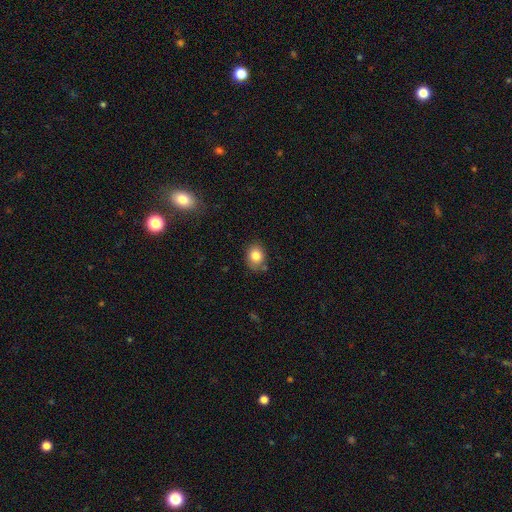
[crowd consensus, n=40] Q: Smooth or featured?
A: smooth (82%); runner-up: featured or disk (15%)
Q: How rounded?
A: round (55%); runner-up: in between (45%)
Q: Merging?
A: none (59%); runner-up: minor disturbance (33%)